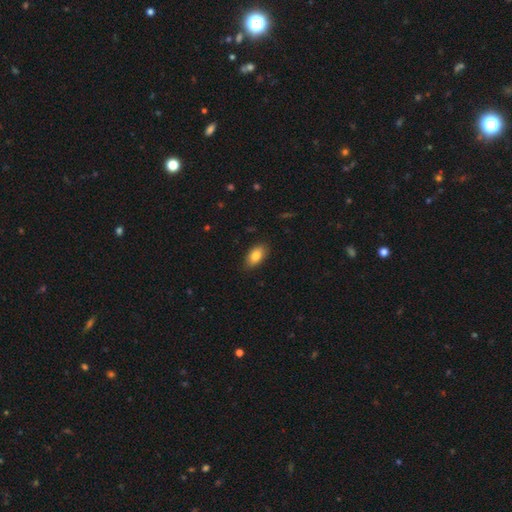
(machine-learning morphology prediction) smooth_or_featured: smooth (p=0.85) [alt: featured or disk p=0.08]
how_rounded: in between (p=0.92) [alt: round p=0.05]
merging: none (p=0.86) [alt: minor disturbance p=0.11]